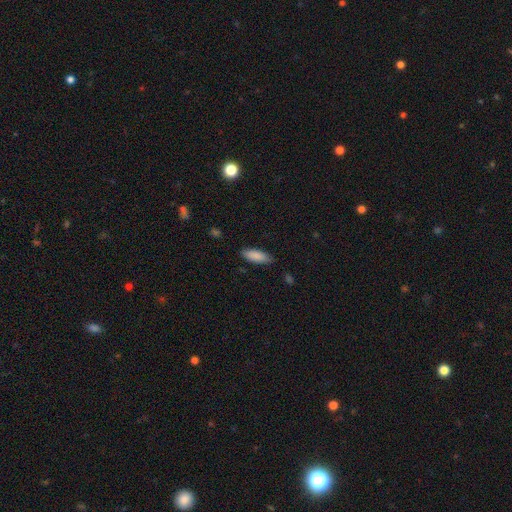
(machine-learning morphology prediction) Smooth or featured? Predicted: smooth (p=0.88). How rounded? Predicted: in between (p=0.67). Merging? Predicted: none (p=0.84).